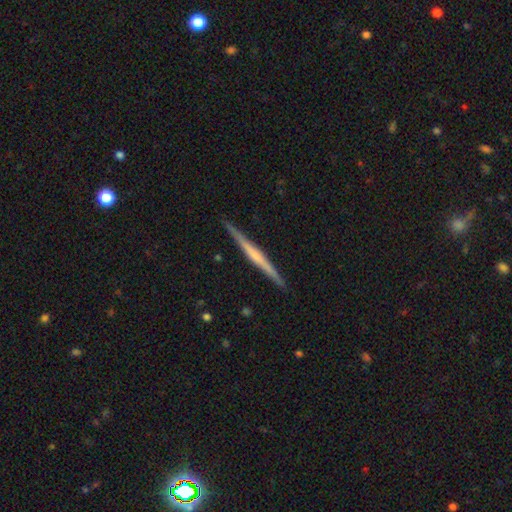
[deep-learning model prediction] A featured or disk galaxy (70%) viewed edge-on (98%) with no central bulge (46%).

Vote fractions:
- Smooth or featured? featured or disk: 70% / smooth: 25% / star or artifact: 5%
- Edge-on disk? yes: 98% / no: 2%
- Edge-on bulge? none: 46% / rounded: 43% / boxy: 12%
- Merging? none: 91% / minor disturbance: 6% / major disturbance: 1% / merger: 1%